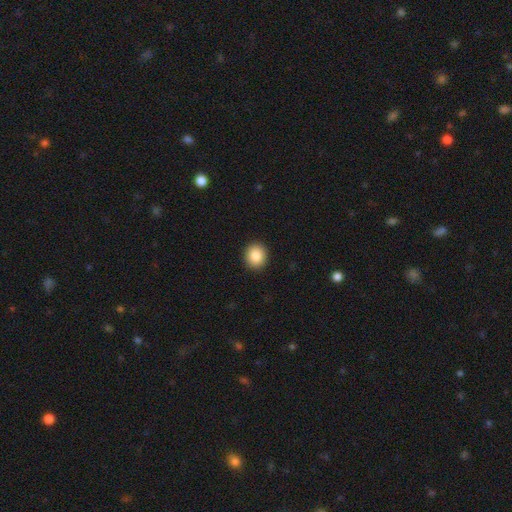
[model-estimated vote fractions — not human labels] Overall: smooth (86%). How rounded: round (82%). Merging: none (92%).